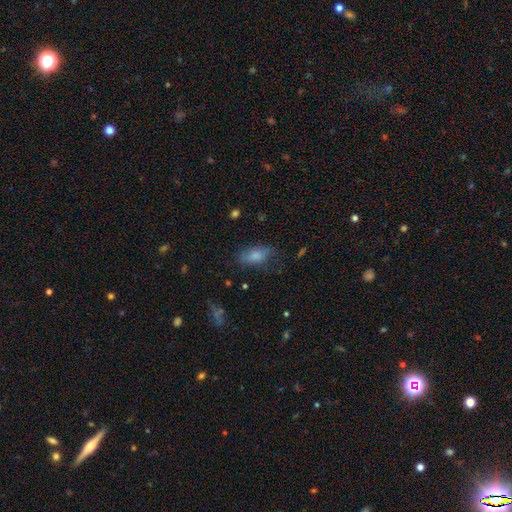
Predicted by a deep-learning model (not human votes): A smooth galaxy with no disk features (79%) that is in between round and cigar-shaped (87%).

Vote fractions:
- Smooth or featured? smooth: 79% / featured or disk: 13% / star or artifact: 9%
- How rounded? in between: 87% / cigar-shaped: 8% / round: 4%
- Merging? none: 66% / minor disturbance: 22% / major disturbance: 9% / merger: 2%